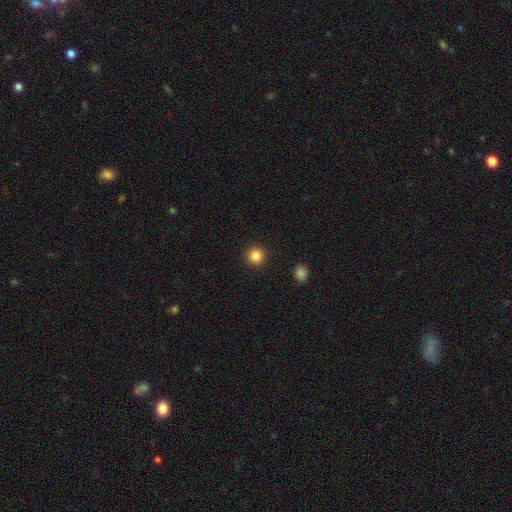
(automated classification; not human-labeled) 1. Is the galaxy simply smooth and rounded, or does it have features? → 85% smooth, 11% star or artifact, 4% featured or disk.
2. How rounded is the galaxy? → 95% round, 4% in between, 1% cigar-shaped.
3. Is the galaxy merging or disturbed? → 92% none, 5% minor disturbance, 2% major disturbance, 1% merger.